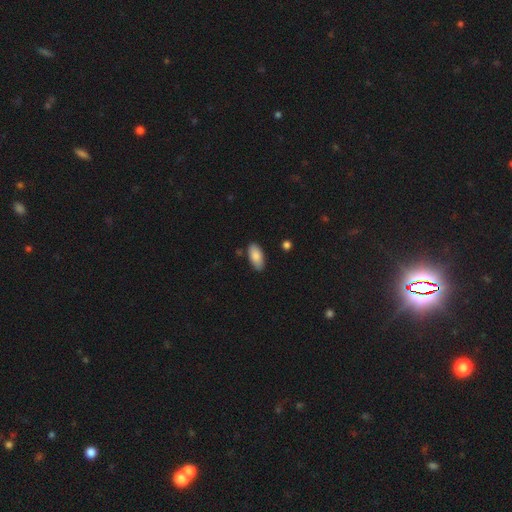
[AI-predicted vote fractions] Smooth or featured?
  - smooth: 86% *
  - featured or disk: 8%
  - star or artifact: 6%
How rounded?
  - in between: 92% *
  - cigar-shaped: 6%
  - round: 2%
Merging?
  - none: 84% *
  - minor disturbance: 11%
  - merger: 2%
  - major disturbance: 2%